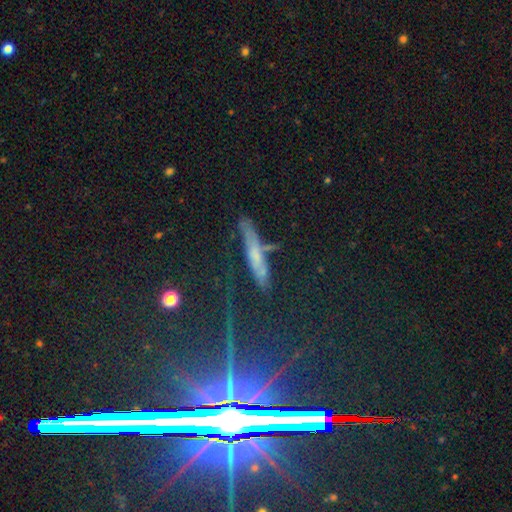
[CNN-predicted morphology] smooth 43%, featured or disk 40%, star or artifact 17%. Down the decision tree: merging — none (71%).